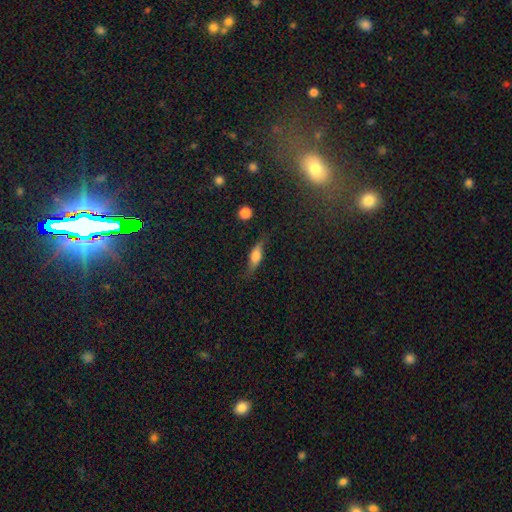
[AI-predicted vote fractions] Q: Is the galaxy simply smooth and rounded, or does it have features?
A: smooth — 50%.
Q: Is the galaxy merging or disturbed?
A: none — 70%.